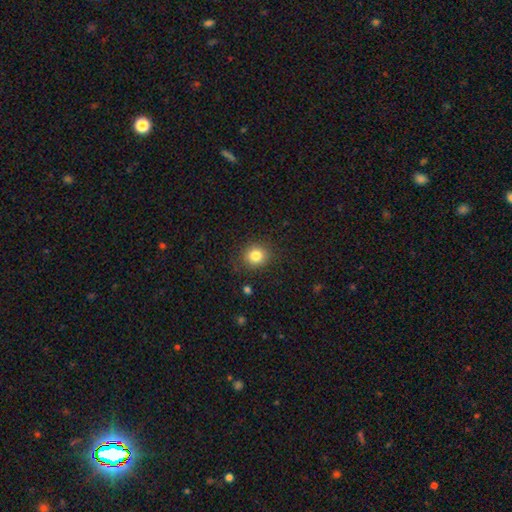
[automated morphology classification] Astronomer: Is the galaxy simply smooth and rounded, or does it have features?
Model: smooth — 83%.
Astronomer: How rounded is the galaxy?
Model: round — 85%.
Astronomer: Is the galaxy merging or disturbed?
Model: none — 87%.